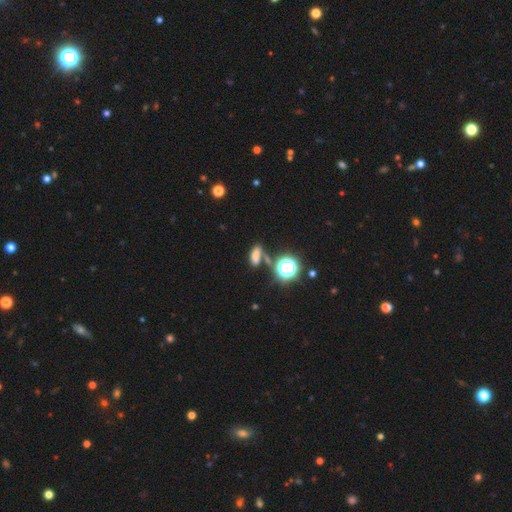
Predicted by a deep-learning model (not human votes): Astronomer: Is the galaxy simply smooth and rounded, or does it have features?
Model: smooth — 66%.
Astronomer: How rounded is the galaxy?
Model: in between — 70%.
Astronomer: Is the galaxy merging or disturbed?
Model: none — 62%.